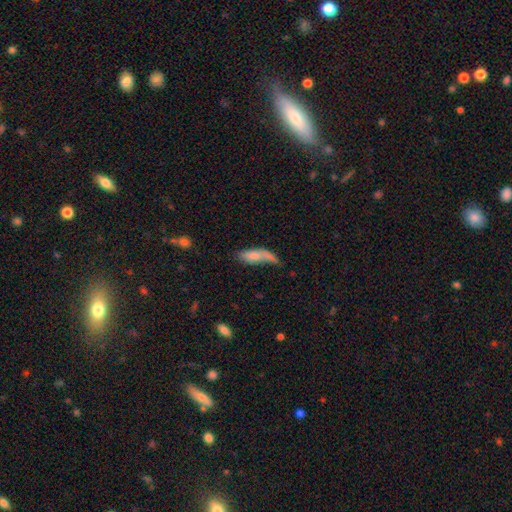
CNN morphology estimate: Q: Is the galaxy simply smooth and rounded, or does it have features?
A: smooth — 71%.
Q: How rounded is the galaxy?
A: in between — 59%.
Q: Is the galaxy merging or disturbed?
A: none — 32%.